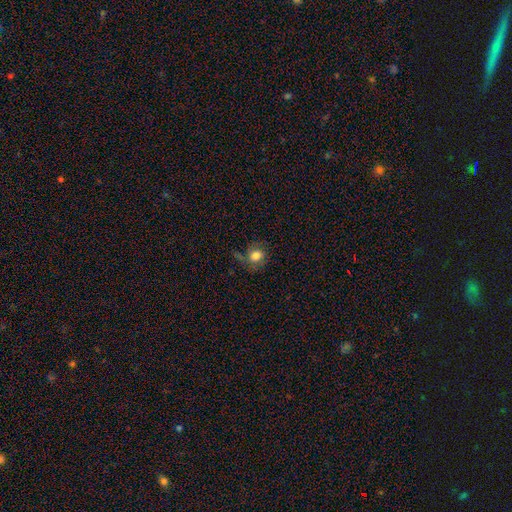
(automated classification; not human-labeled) Overall: smooth (75%). How rounded: round (76%). Merging: none (59%; minor disturbance 23%).